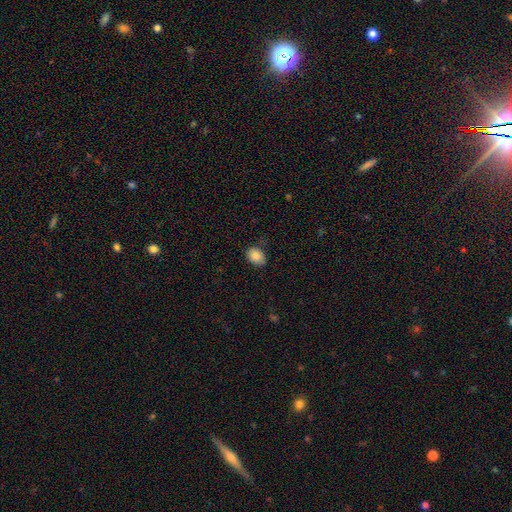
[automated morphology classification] smooth_or_featured: smooth (p=0.87) [alt: star or artifact p=0.08]
how_rounded: in between (p=0.73) [alt: round p=0.26]
merging: none (p=0.72) [alt: minor disturbance p=0.23]